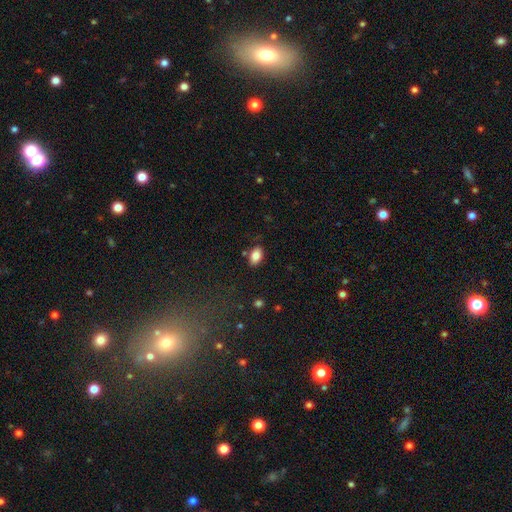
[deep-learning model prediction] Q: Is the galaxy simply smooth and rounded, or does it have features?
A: smooth — 84%.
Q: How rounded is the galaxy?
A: in between — 90%.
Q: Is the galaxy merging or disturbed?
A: none — 81%.